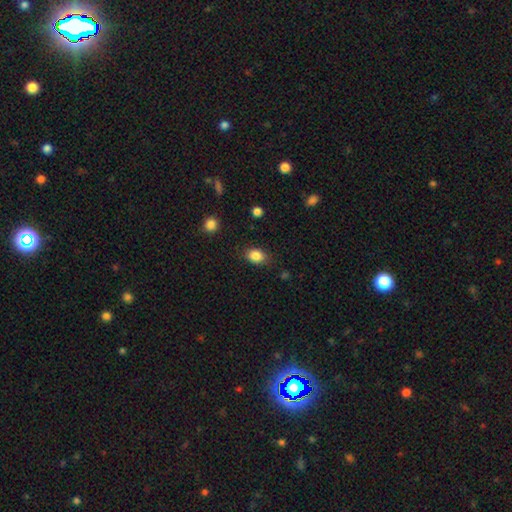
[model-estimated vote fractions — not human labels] The model was most divided on "how rounded": in between: 72%, round: 27%, cigar-shaped: 1%. More confident: smooth or featured — smooth (86%); merging — none (83%).